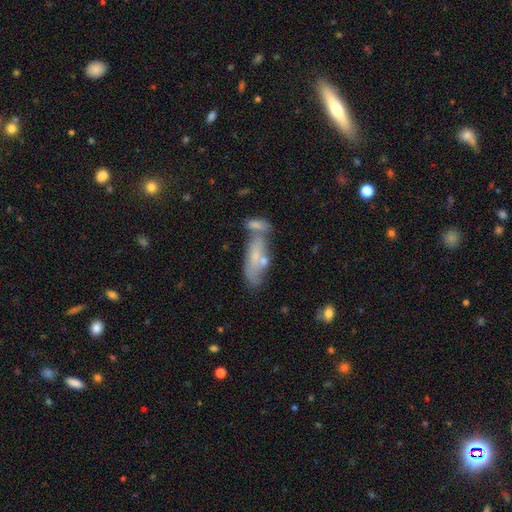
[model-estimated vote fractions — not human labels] smooth 46%, featured or disk 43%, star or artifact 12%. Down the decision tree: merging — merger (40%).